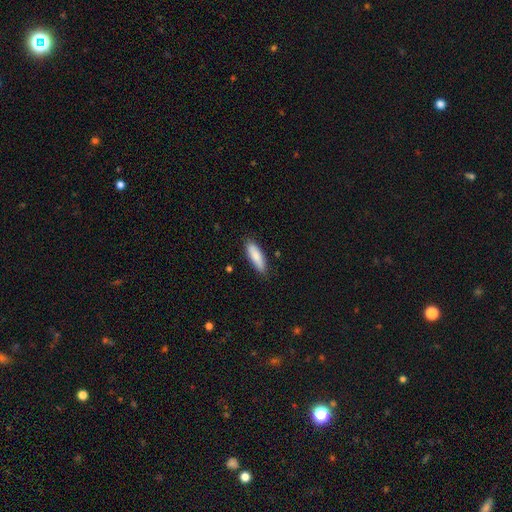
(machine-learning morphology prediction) This is clearly a smooth galaxy (85%). How rounded: possibly in between (51%). Merging: clearly none (84%).